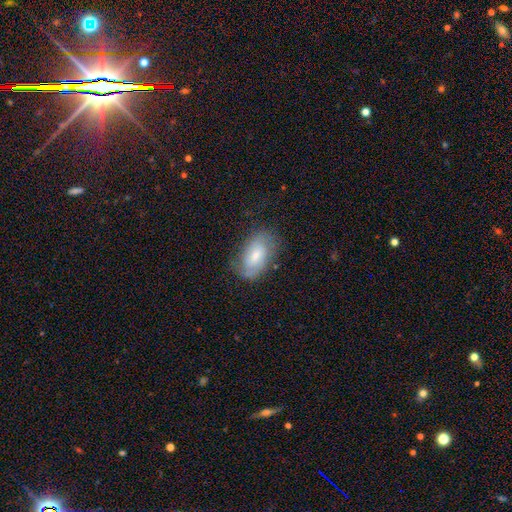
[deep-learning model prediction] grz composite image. It shows a smooth galaxy with no disk features (50%). Merging: none (67%).